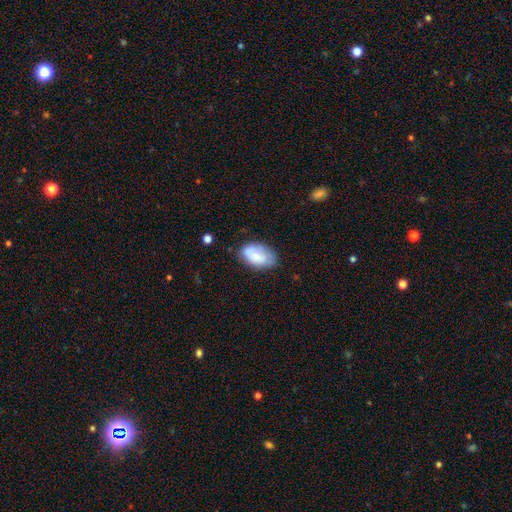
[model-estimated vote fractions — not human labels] Smooth or featured?
  - smooth: 70% *
  - featured or disk: 23%
  - star or artifact: 8%
How rounded?
  - in between: 92% *
  - round: 7%
  - cigar-shaped: 1%
Merging?
  - none: 59% *
  - minor disturbance: 27%
  - major disturbance: 9%
  - merger: 5%